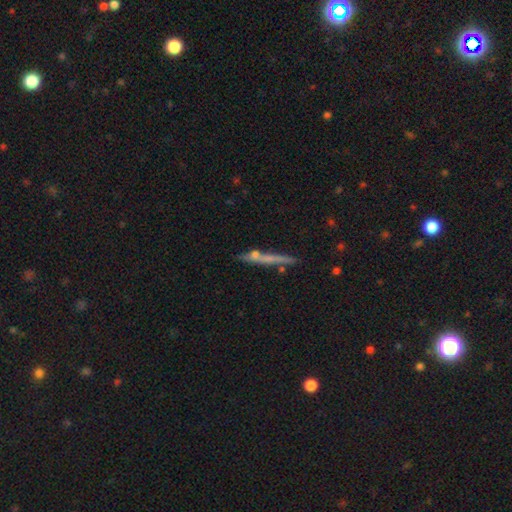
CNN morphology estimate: Smooth or featured? smooth (47%)
Merging? none (68%)